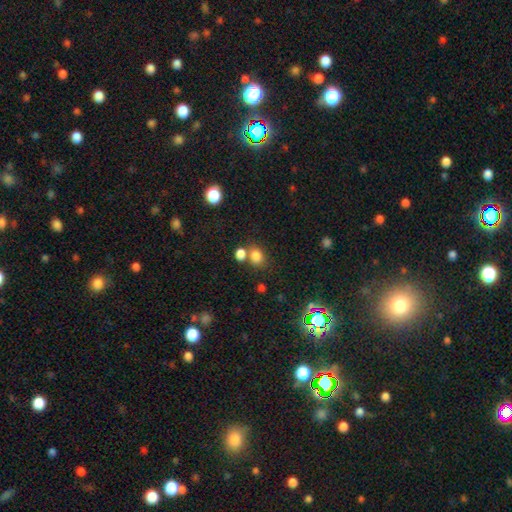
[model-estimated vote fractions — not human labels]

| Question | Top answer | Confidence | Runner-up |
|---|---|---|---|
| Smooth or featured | smooth | 80% | star or artifact (14%) |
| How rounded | in between | 56% | round (43%) |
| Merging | none | 54% | merger (30%) |